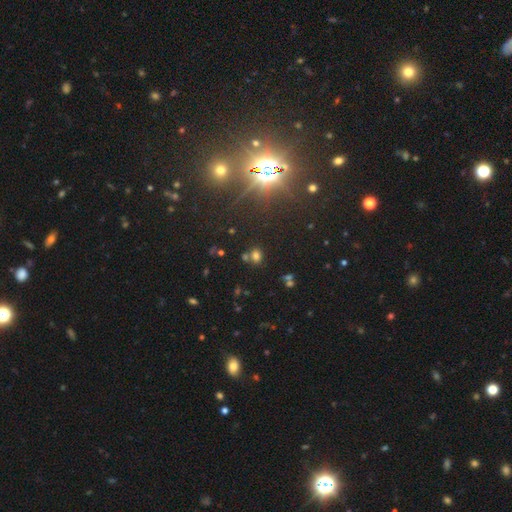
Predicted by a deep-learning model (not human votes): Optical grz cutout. It shows a smooth galaxy with no disk features (65%) that is round (64%). Merging: none (68%).